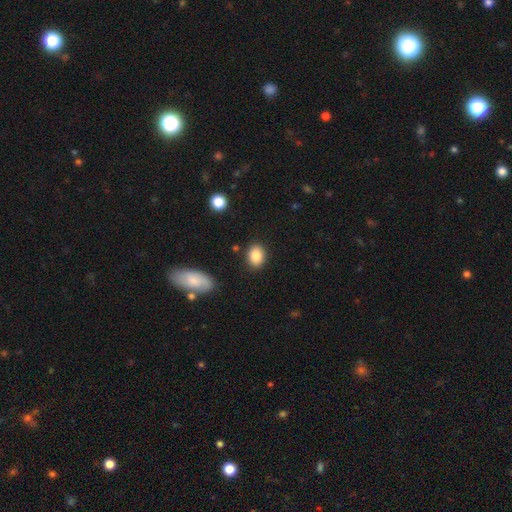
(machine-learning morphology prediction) Smooth or featured? smooth (87%)
How rounded? in between (69%)
Merging? none (86%)